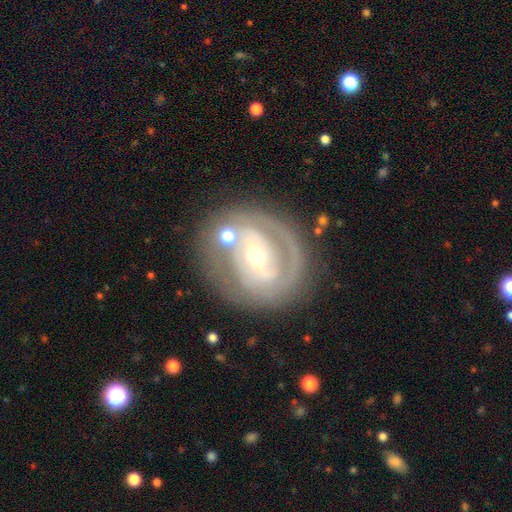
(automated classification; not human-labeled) smooth_or_featured: featured or disk (p=0.78) [alt: smooth p=0.16]
disk_edge_on: no (p=0.95) [alt: yes p=0.05]
bar: weak (p=0.36) [alt: strong p=0.32]
has_spiral_arms: yes (p=0.65) [alt: no p=0.35]
bulge_size: moderate (p=0.56) [alt: small p=0.37]
merging: none (p=0.69) [alt: minor disturbance p=0.16]